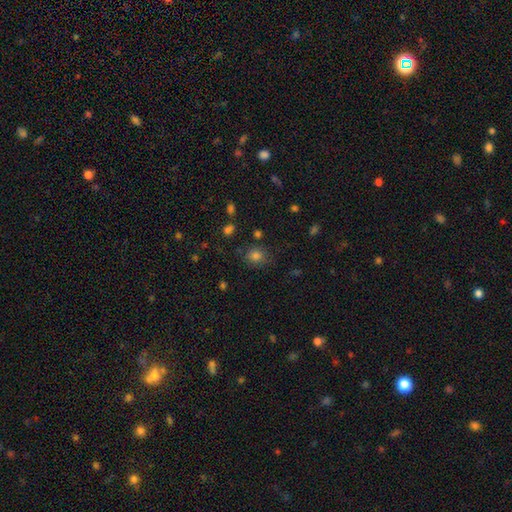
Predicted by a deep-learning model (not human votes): Smooth or featured? smooth (79%)
How rounded? round (70%)
Merging? none (80%)